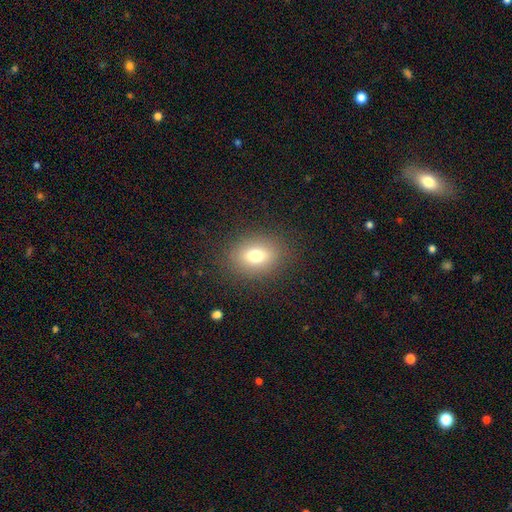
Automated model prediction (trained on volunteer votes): Overall: smooth (73%). How rounded: in between (58%; round 41%). Merging: none (85%).